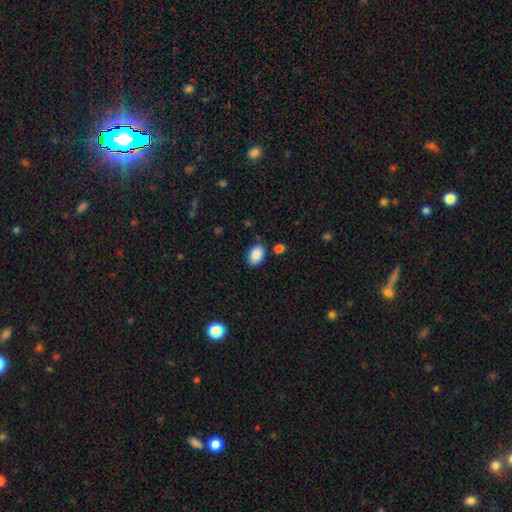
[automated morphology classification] A smooth galaxy with no disk features (89%) that is in between round and cigar-shaped (84%). Merging: none (84%).